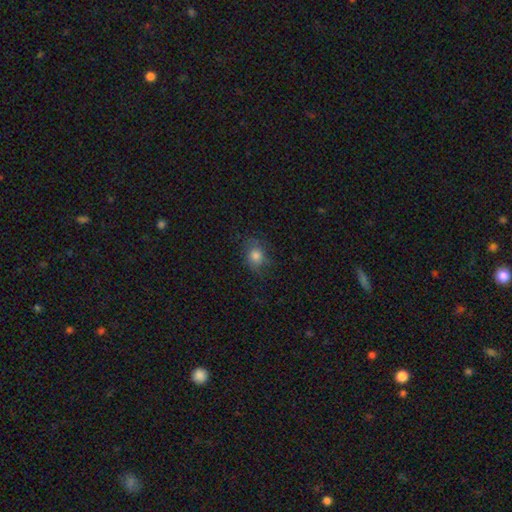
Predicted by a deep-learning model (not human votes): Overall: smooth (76%). How rounded: round (63%; in between 36%). Merging: none (70%).